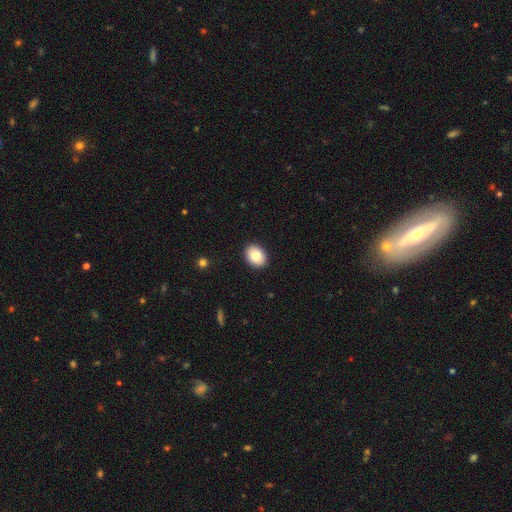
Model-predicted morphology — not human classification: smooth-or-featured: smooth: 81% | featured or disk: 11% | star or artifact: 8%
  how-rounded: in between: 66% | round: 33% | cigar-shaped: 1%
  merging: none: 91% | minor disturbance: 7% | major disturbance: 2% | merger: 1%